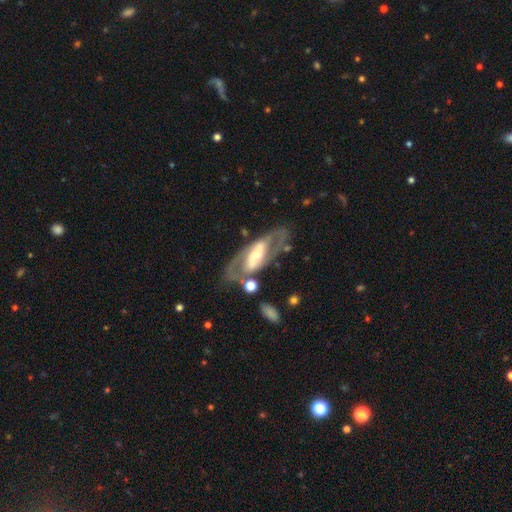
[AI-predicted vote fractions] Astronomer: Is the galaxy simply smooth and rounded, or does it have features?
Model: featured or disk — 81%.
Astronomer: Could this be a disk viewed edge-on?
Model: no — 89%.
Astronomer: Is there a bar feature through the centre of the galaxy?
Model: strong — 57%.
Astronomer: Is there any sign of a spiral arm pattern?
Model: yes — 83%.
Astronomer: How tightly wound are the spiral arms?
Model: medium — 48% (runner-up: tight, 29%).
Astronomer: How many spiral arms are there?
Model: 2 — 83%.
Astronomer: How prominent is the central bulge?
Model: moderate — 47% (runner-up: small, 39%).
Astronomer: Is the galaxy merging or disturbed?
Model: none — 66%.